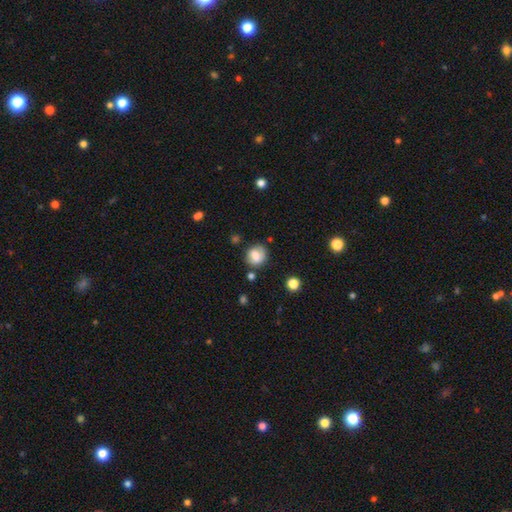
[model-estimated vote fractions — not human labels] The model was most divided on "smooth or featured": smooth: 67%, featured or disk: 24%, star or artifact: 10%. More confident: how rounded — round (75%); merging — none (68%).